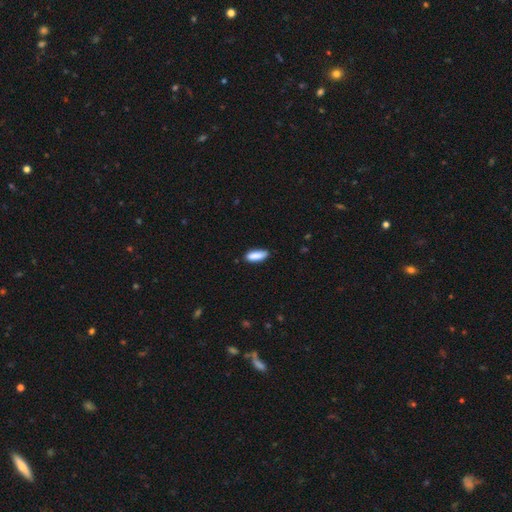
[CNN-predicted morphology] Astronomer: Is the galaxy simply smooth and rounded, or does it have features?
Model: smooth — 87%.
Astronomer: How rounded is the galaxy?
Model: in between — 67%.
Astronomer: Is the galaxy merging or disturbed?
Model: none — 81%.